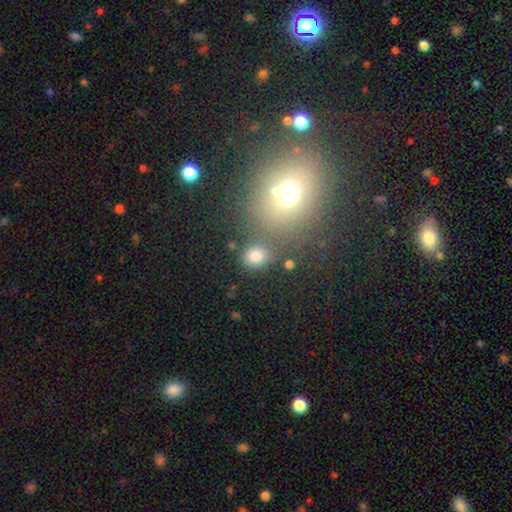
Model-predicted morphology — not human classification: This appears to be a smooth galaxy with no disk features (77%) that is round (63%). Merging: none (69%).